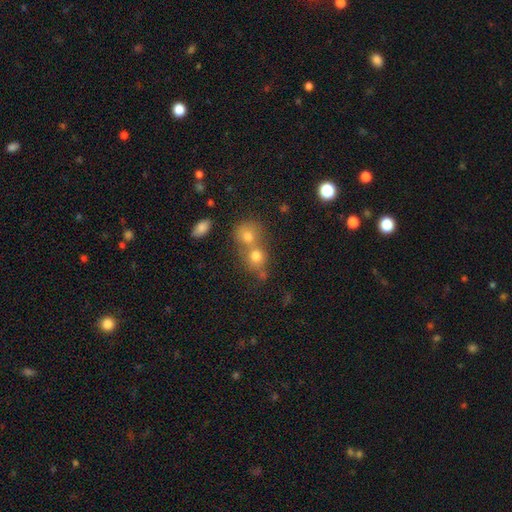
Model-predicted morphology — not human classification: smooth_or_featured: smooth (p=0.72) [alt: star or artifact p=0.16]
how_rounded: round (p=0.76) [alt: in between p=0.23]
merging: merger (p=0.53) [alt: none p=0.37]